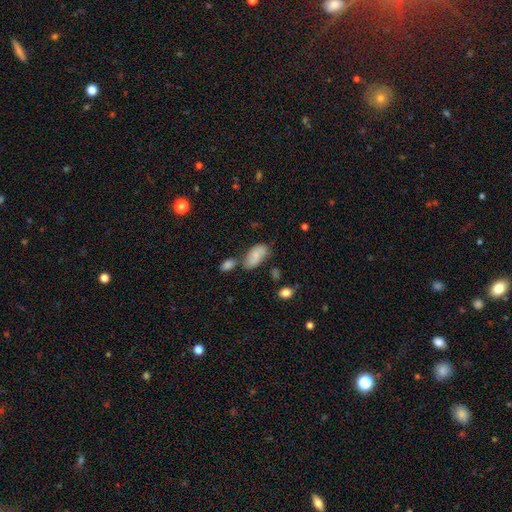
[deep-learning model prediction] This is likely a smooth galaxy (71%). How rounded: clearly in between (93%). Merging: possibly none (52%).